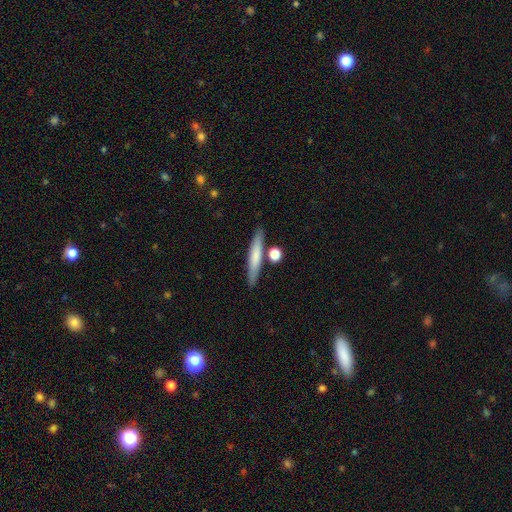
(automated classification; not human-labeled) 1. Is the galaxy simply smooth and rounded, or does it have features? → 69% smooth, 25% featured or disk, 6% star or artifact.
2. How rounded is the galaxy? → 90% cigar-shaped, 8% in between, 2% round.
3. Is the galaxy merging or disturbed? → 80% none, 9% minor disturbance, 8% merger, 2% major disturbance.